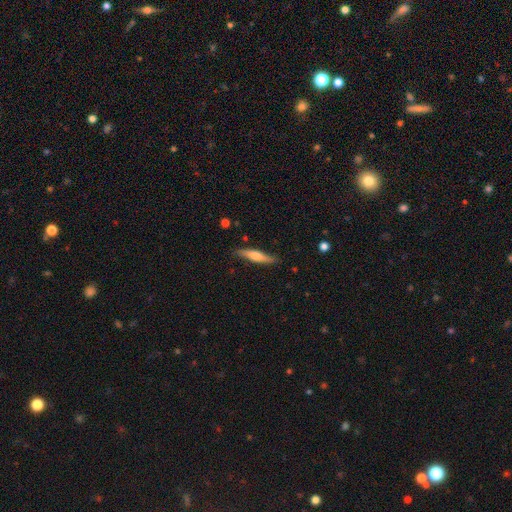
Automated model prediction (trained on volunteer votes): Smooth or featured? smooth (49%)
Merging? none (82%)